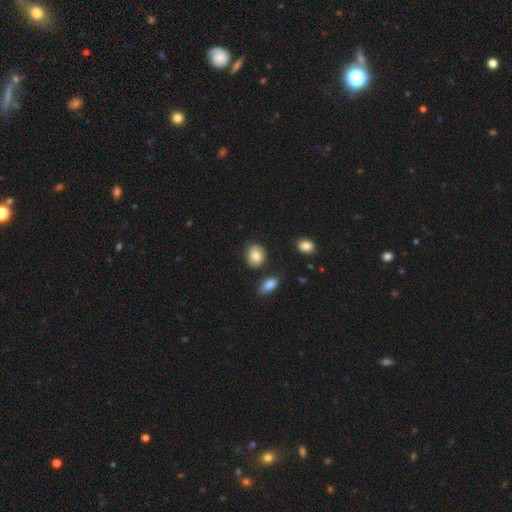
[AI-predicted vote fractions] A smooth galaxy with no disk features (84%) that is round (60%). Merging: none (81%).